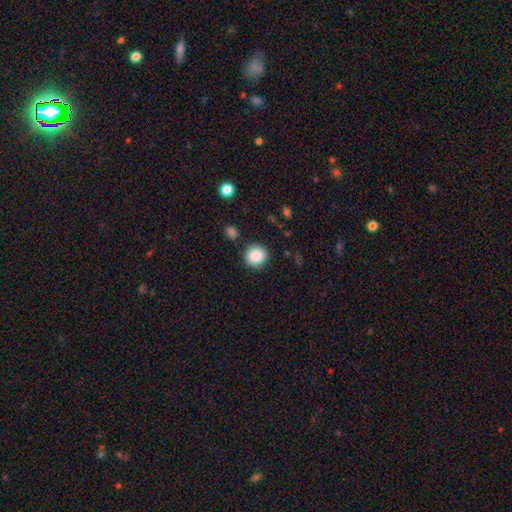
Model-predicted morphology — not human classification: Smooth or featured: smooth — 87% (star or artifact — 9%)
How rounded: round — 92% (in between — 7%)
Merging: none — 88% (minor disturbance — 7%)